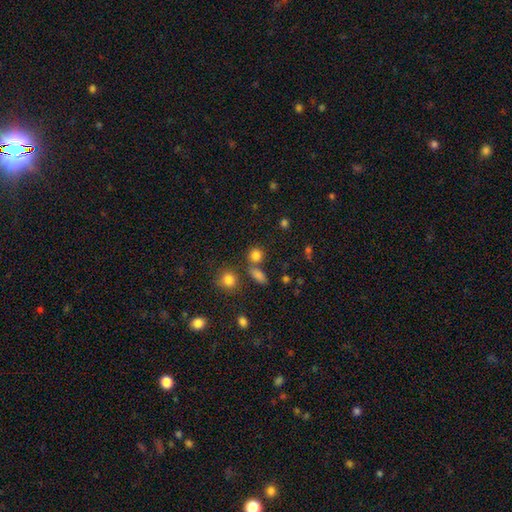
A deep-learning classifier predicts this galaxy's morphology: Q: Smooth or featured?
A: smooth (81%); runner-up: star or artifact (14%)
Q: How rounded?
A: round (80%); runner-up: in between (18%)
Q: Merging?
A: none (65%); runner-up: merger (21%)